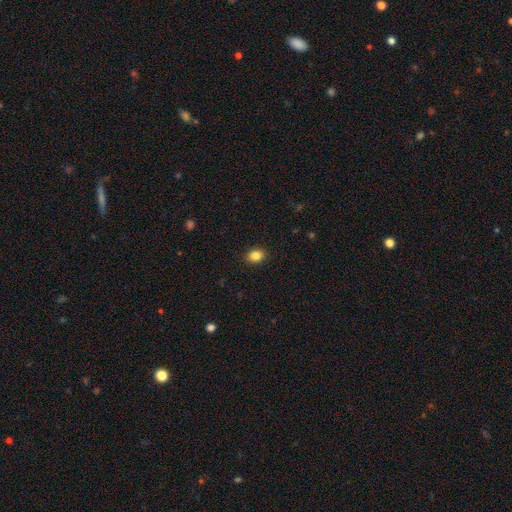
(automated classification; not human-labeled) This appears to be a smooth galaxy with no disk features (85%) that is in between round and cigar-shaped (56%). Merging: none (90%).